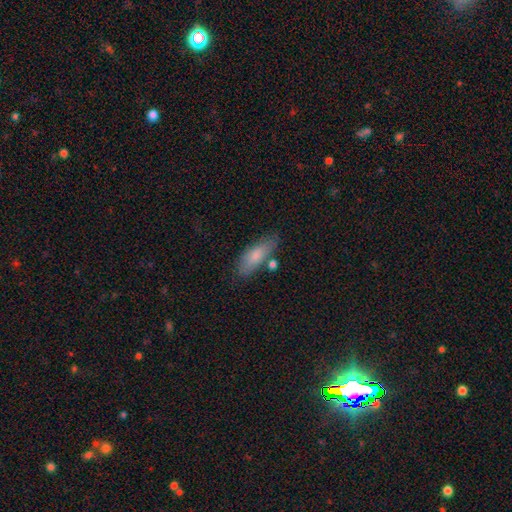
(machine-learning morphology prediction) This is likely a smooth galaxy (78%). How rounded: likely in between (64%). Merging: likely none (72%).